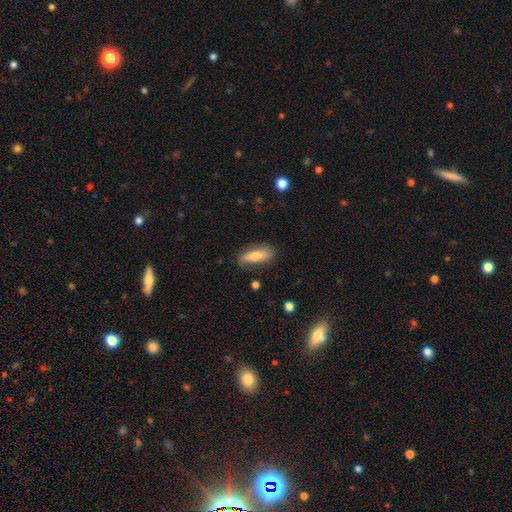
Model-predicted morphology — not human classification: Smooth or featured: smooth — 65% (featured or disk — 28%)
How rounded: in between — 63% (cigar-shaped — 34%)
Merging: none — 72% (minor disturbance — 20%)